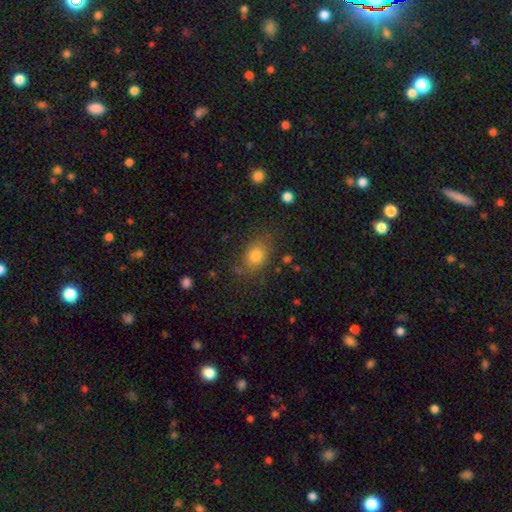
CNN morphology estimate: smooth_or_featured: smooth (p=0.78) [alt: featured or disk p=0.11]
how_rounded: in between (p=0.65) [alt: round p=0.33]
merging: none (p=0.74) [alt: minor disturbance p=0.18]